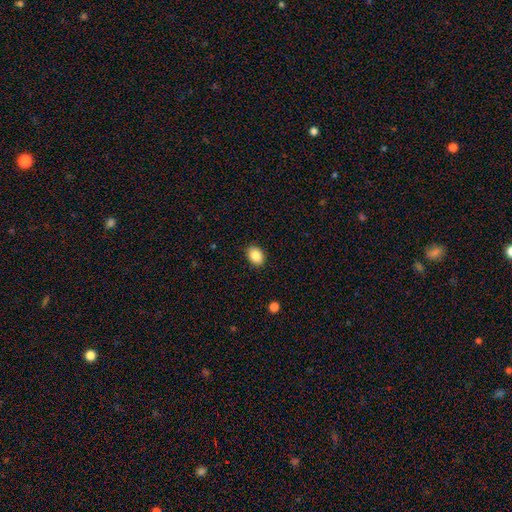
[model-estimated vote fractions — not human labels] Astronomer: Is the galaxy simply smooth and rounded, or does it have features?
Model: smooth — 86%.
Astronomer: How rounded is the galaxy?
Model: in between — 69%.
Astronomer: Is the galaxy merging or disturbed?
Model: none — 88%.